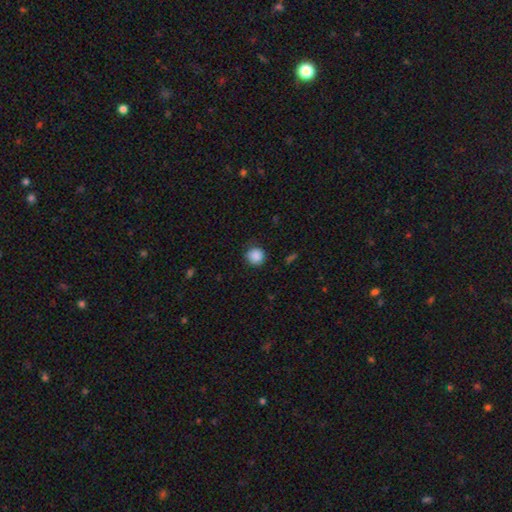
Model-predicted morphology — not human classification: smooth_or_featured: smooth (p=0.88) [alt: star or artifact p=0.09]
how_rounded: round (p=0.92) [alt: in between p=0.07]
merging: none (p=0.85) [alt: minor disturbance p=0.11]